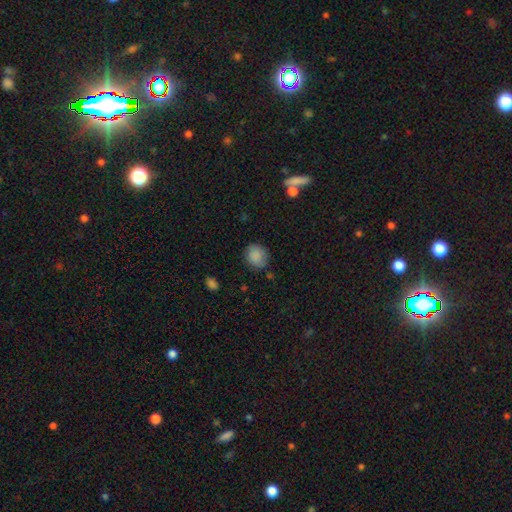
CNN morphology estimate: Overall: smooth (85%). How rounded: round (68%; in between 31%). Merging: none (74%).